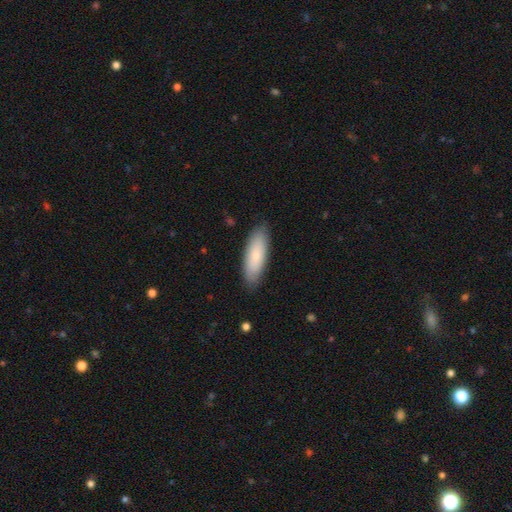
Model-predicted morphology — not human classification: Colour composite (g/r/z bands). It shows a smooth galaxy with no disk features (83%) that is in between round and cigar-shaped (61%). Merging: none (86%).